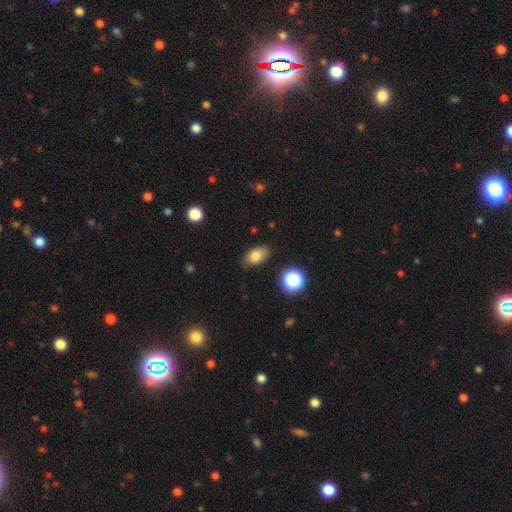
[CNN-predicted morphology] Smooth or featured? smooth (81%)
How rounded? in between (88%)
Merging? none (82%)